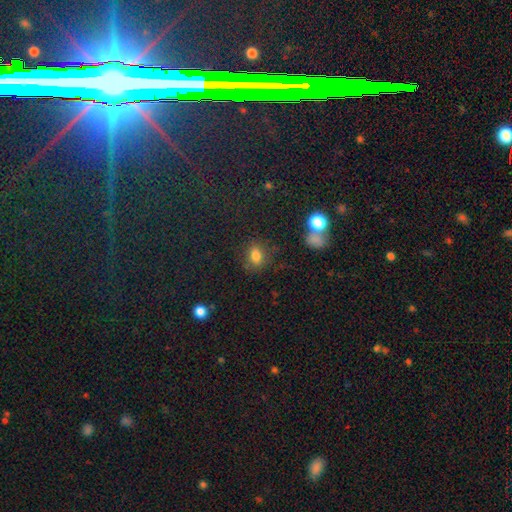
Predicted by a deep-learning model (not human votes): Smooth or featured? Predicted: smooth (p=0.78). How rounded? Predicted: in between (p=0.62). Merging? Predicted: none (p=0.75).